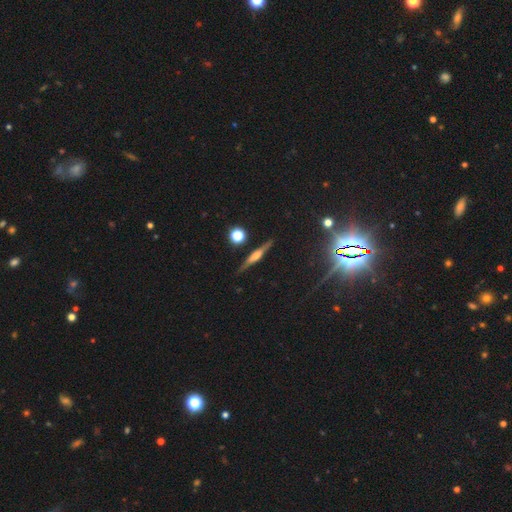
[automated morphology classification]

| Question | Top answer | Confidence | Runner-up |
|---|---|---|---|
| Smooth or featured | featured or disk | 66% | smooth (24%) |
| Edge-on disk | yes | 96% | no (4%) |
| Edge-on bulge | rounded | 64% | boxy (25%) |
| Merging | none | 86% | minor disturbance (9%) |